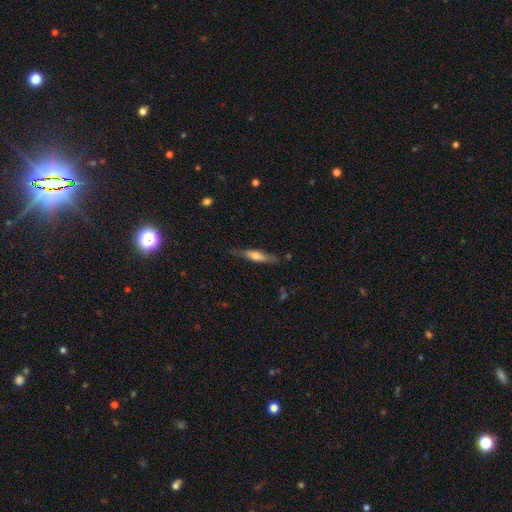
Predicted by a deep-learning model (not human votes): The model was most divided on "smooth or featured": featured or disk: 50%, smooth: 44%, star or artifact: 6%. More confident: edge-on disk — yes (87%); merging — none (77%).